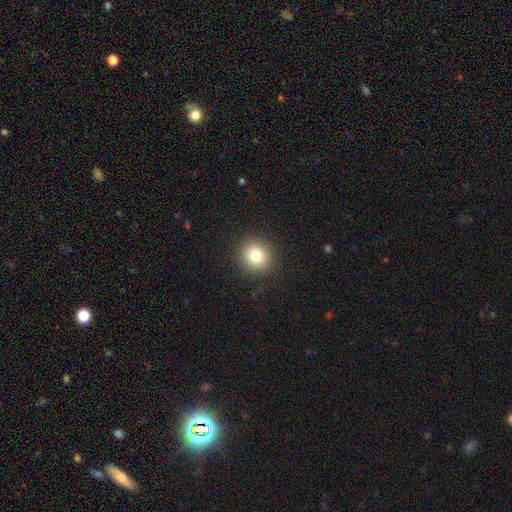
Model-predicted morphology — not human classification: smooth 81%, star or artifact 11%, featured or disk 8%. Down the decision tree: how rounded — round (88%); merging — none (90%).